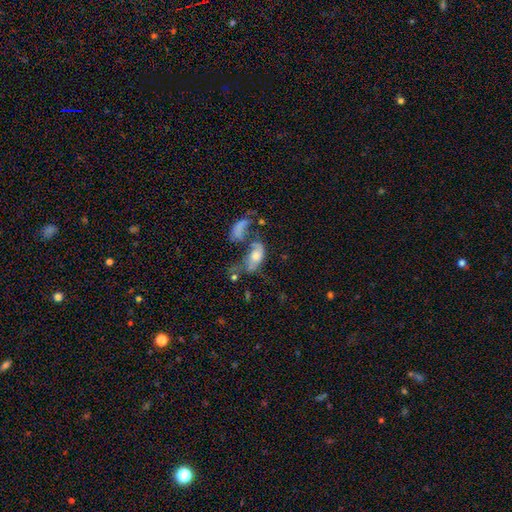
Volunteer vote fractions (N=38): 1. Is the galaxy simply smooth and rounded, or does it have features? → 55% featured or disk, 39% smooth, 5% star or artifact.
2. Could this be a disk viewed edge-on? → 90% no, 10% yes.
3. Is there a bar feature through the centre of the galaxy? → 53% no, 37% weak, 11% strong.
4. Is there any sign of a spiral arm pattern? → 74% yes, 26% no.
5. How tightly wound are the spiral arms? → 64% loose, 36% medium, 0% tight.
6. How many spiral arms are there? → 50% 1, 36% 2, 14% can't tell, 0% 3, 0% 4, 0% more than 4.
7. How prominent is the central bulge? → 53% moderate, 26% large, 21% small, 0% dominant, 0% none.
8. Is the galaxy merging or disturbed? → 64% merger, 17% major disturbance, 11% none, 8% minor disturbance.